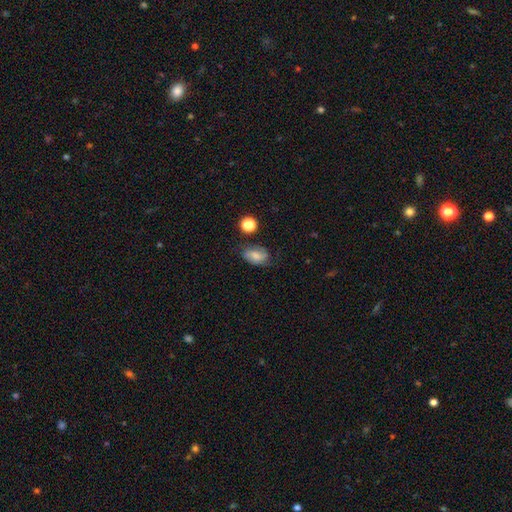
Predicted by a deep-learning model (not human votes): Smooth or featured? Predicted: smooth (p=0.61). How rounded? Predicted: in between (p=0.85). Merging? Predicted: none (p=0.65).